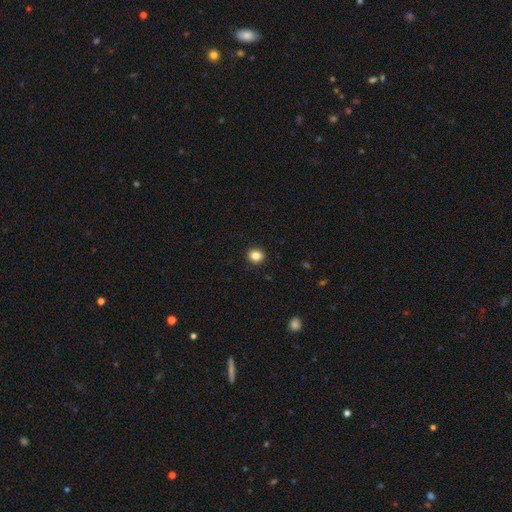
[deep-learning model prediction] Q: Smooth or featured?
A: smooth (85%); runner-up: star or artifact (10%)
Q: How rounded?
A: round (82%); runner-up: in between (17%)
Q: Merging?
A: none (92%); runner-up: minor disturbance (5%)